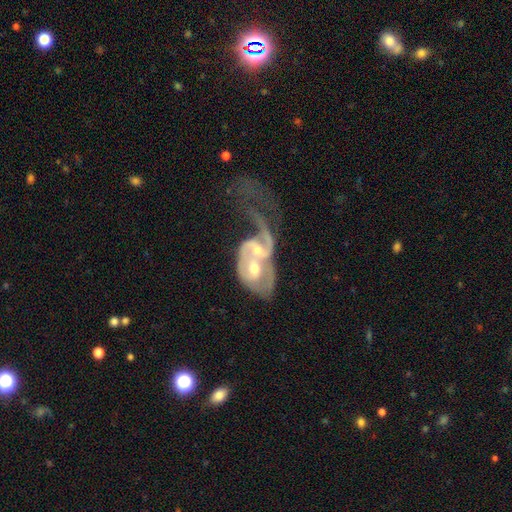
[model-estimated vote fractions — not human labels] A featured or disk galaxy (83%) with no bar (48%), 2 (52%) loose (42%) spiral arms (86%) and a moderate central bulge (64%). Merging: merger (74%).